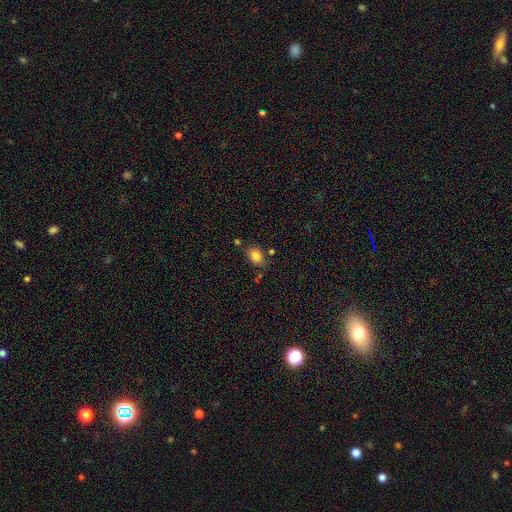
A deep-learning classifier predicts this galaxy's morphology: Smooth or featured? Predicted: smooth (p=0.84). How rounded? Predicted: in between (p=0.66). Merging? Predicted: none (p=0.73).